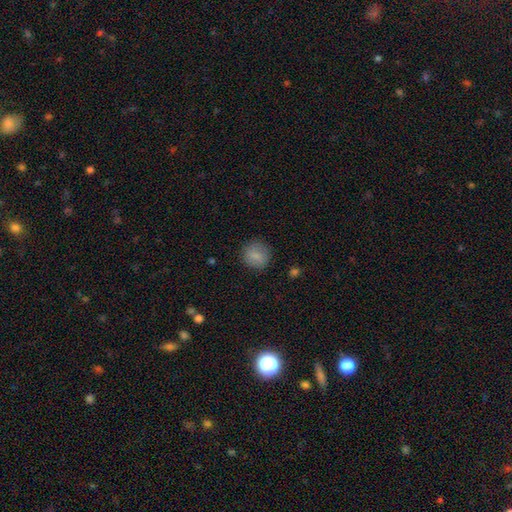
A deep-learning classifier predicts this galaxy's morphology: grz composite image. It shows a smooth galaxy with no disk features (82%) that is round (84%). Merging: none (86%).